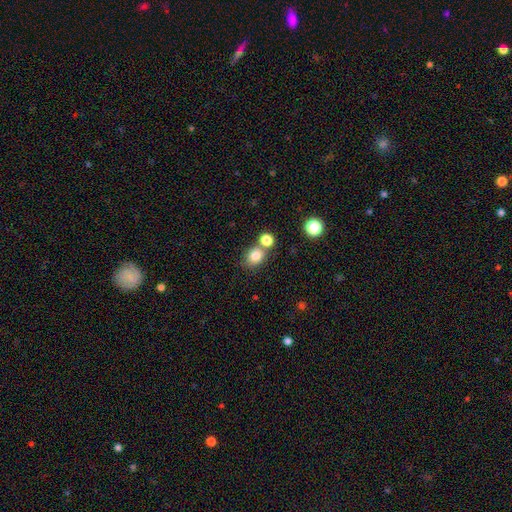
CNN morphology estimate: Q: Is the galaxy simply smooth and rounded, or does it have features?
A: smooth — 81%.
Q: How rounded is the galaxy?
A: round — 62%.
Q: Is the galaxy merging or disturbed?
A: none — 59%.